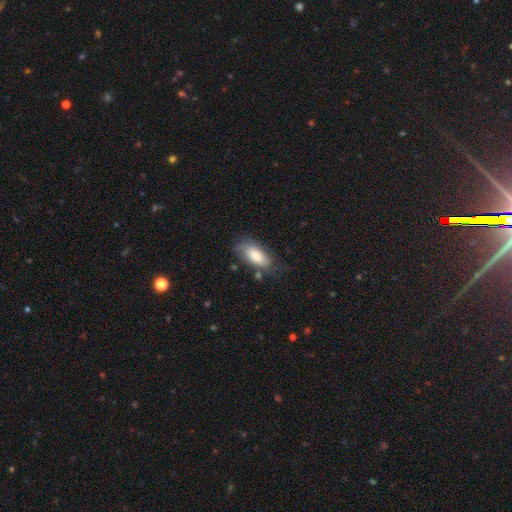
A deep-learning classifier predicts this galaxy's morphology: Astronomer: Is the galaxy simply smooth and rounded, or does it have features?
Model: smooth — 77%.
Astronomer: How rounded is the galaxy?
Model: in between — 87%.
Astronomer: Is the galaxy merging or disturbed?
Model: none — 65%.